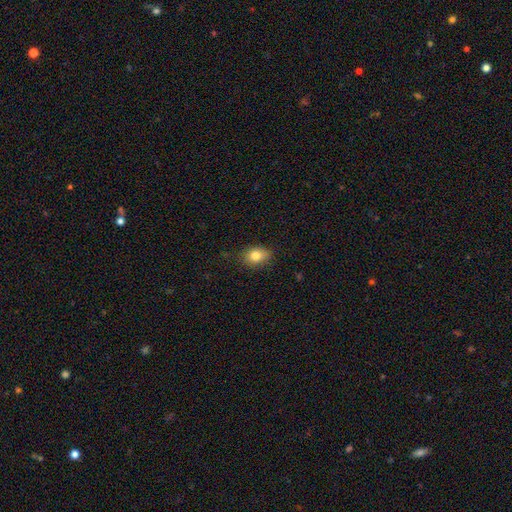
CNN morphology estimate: Smooth or featured? smooth (82%)
How rounded? in between (69%)
Merging? none (80%)